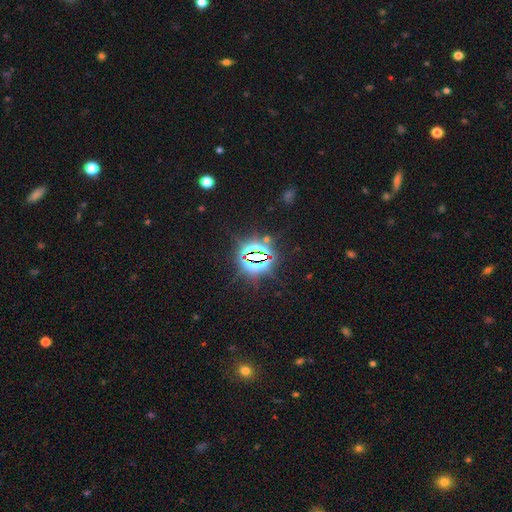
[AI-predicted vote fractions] The model was most divided on "smooth or featured": star or artifact: 84%, smooth: 9%, featured or disk: 7%.